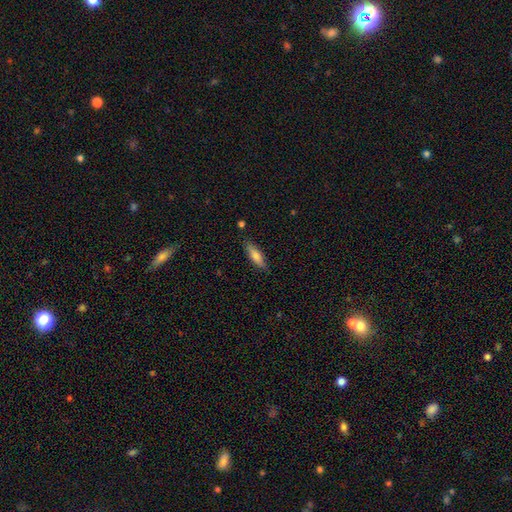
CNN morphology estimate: The model was most divided on "how rounded": cigar-shaped: 62%, in between: 36%, round: 2%. More confident: merging — none (84%); smooth or featured — smooth (73%).